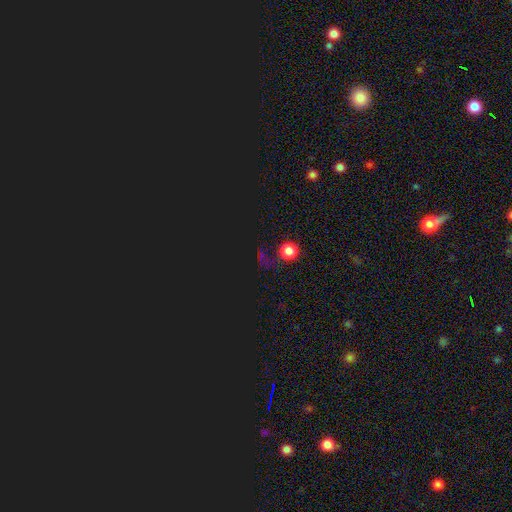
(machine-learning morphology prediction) type=star or artifact (65%).